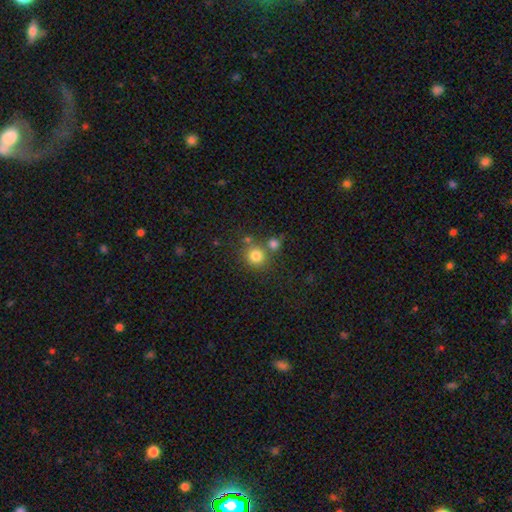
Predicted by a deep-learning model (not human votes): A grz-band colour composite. It shows a smooth galaxy with no disk features (81%) that is round (91%). Merging: none (67%).